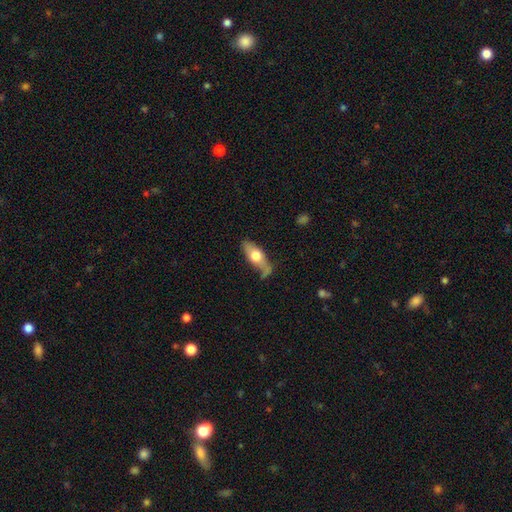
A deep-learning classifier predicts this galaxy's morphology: type=smooth (54%); roundness=in between (70%); merging=none (56%).